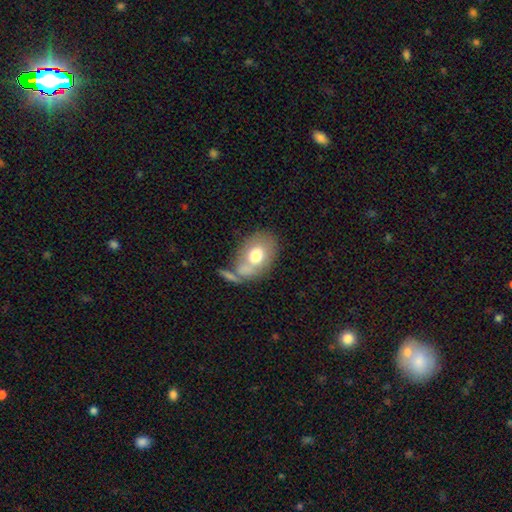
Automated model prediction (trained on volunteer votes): A smooth galaxy with no disk features (68%) that is in between round and cigar-shaped (75%). Merging: none (50%).